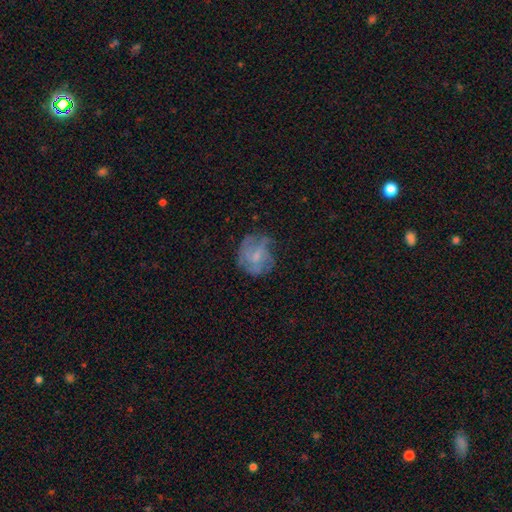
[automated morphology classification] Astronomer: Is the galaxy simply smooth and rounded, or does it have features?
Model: featured or disk — 57% (runner-up: smooth, 34%).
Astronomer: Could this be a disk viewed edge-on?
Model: no — 98%.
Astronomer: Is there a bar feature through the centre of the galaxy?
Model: no — 61%.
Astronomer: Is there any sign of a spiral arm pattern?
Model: yes — 67%.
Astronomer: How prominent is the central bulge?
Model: small — 49% (runner-up: moderate, 29%).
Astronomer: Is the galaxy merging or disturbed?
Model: none — 55%.